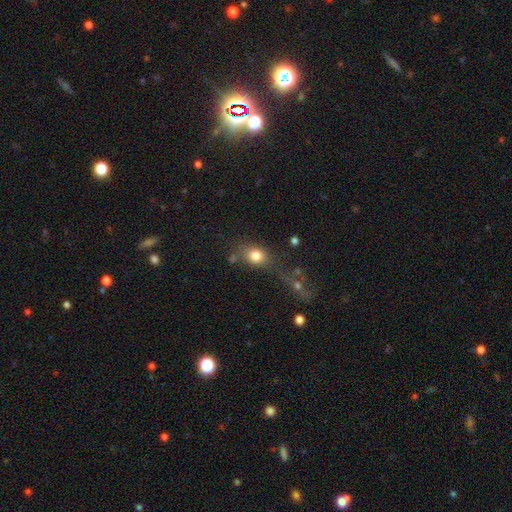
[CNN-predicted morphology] The model was most divided on "how rounded": round: 51%, in between: 46%, cigar-shaped: 3%. More confident: smooth or featured — smooth (79%); merging — none (55%).